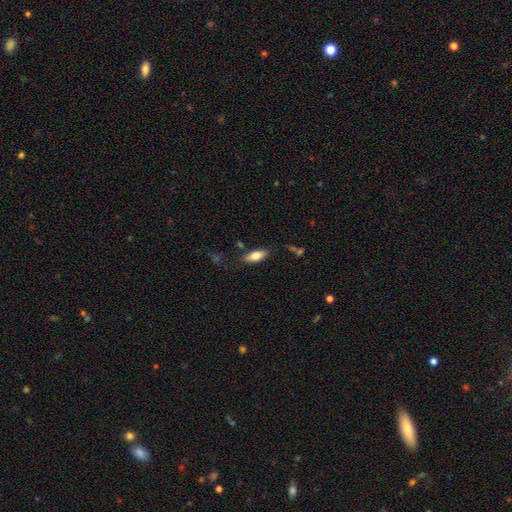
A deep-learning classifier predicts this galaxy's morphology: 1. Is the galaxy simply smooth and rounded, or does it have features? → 75% smooth, 18% featured or disk, 7% star or artifact.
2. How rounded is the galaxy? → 79% in between, 19% cigar-shaped, 2% round.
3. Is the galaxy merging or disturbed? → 80% none, 14% minor disturbance, 3% major disturbance, 3% merger.